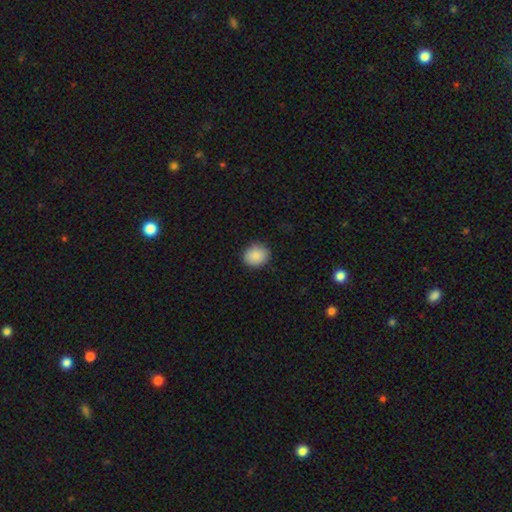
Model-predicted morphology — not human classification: Smooth or featured: smooth — 86% (star or artifact — 8%)
How rounded: round — 79% (in between — 20%)
Merging: none — 88% (minor disturbance — 9%)